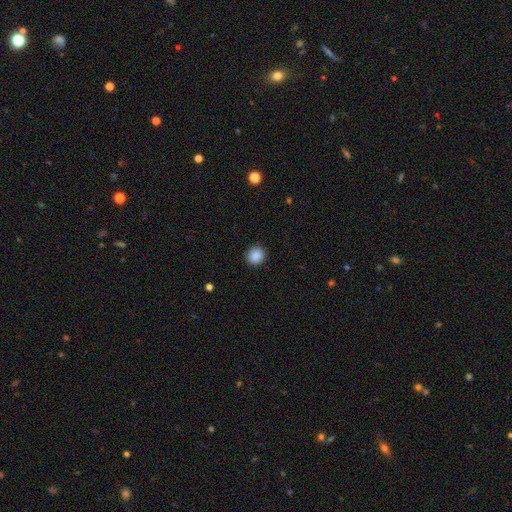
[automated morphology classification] smooth 88%, star or artifact 9%, featured or disk 2%. Down the decision tree: how rounded — round (87%); merging — none (90%).